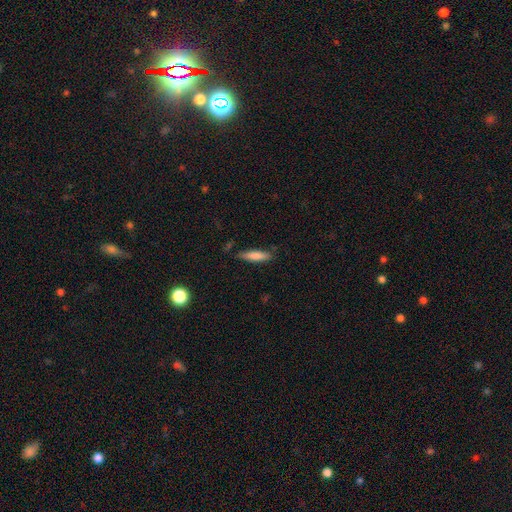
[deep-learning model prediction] Morphology: type=smooth (79%); roundness=cigar-shaped (73%); merging=none (77%).